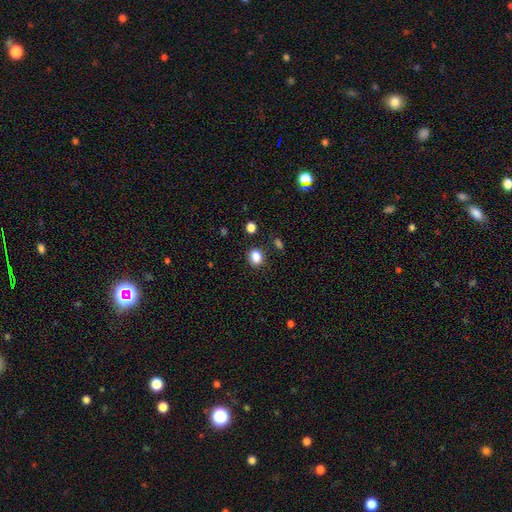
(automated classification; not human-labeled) smooth 86%, star or artifact 10%, featured or disk 4%. Down the decision tree: how rounded — round (51%); merging — none (83%).